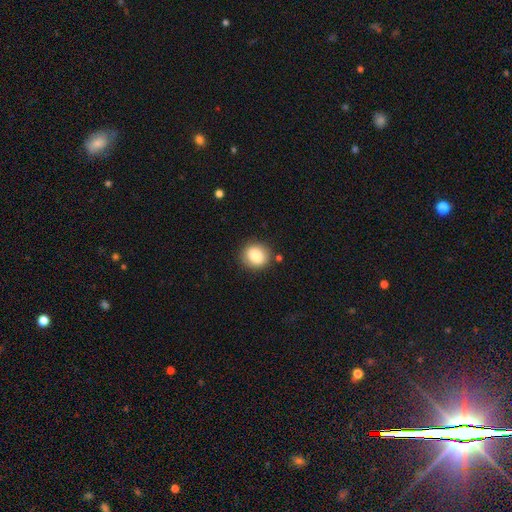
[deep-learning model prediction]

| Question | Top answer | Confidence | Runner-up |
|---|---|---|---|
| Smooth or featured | smooth | 84% | star or artifact (9%) |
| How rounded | round | 85% | in between (14%) |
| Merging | none | 86% | minor disturbance (9%) |